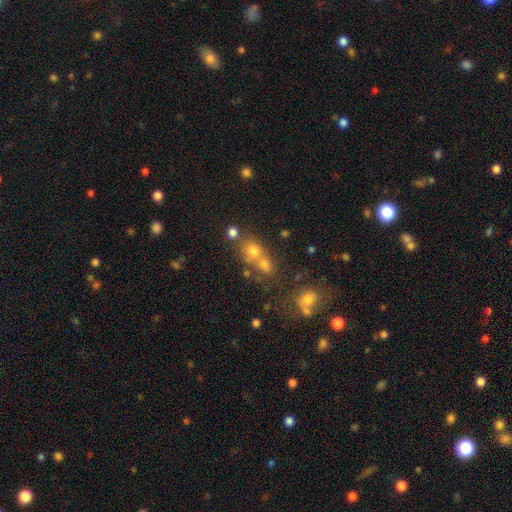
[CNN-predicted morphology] Smooth or featured?
  - smooth: 52% *
  - star or artifact: 34%
  - featured or disk: 15%
How rounded?
  - round: 77% *
  - in between: 20%
  - cigar-shaped: 3%
Merging?
  - none: 45% *
  - merger: 43%
  - minor disturbance: 8%
  - major disturbance: 4%